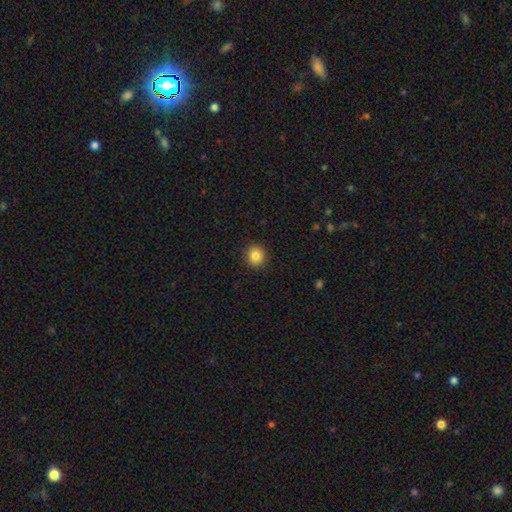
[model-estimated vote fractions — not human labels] Overall: smooth (85%). How rounded: round (92%). Merging: none (92%).